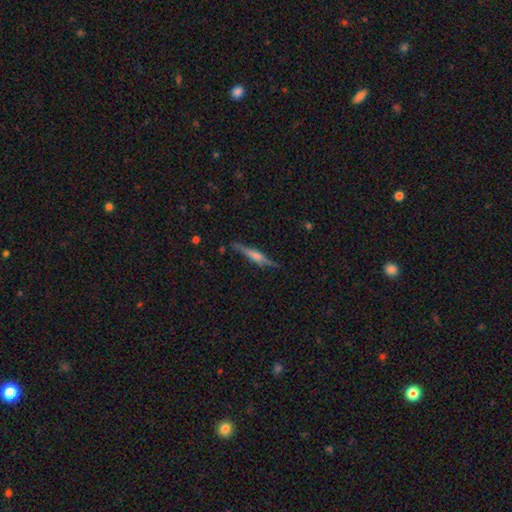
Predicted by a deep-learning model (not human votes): smooth-or-featured: featured or disk: 75% | smooth: 18% | star or artifact: 7%
  disk-edge-on: yes: 97% | no: 3%
    edge-on-bulge: rounded: 71% | boxy: 20% | none: 9%
  merging: none: 87% | minor disturbance: 10% | major disturbance: 2% | merger: 1%